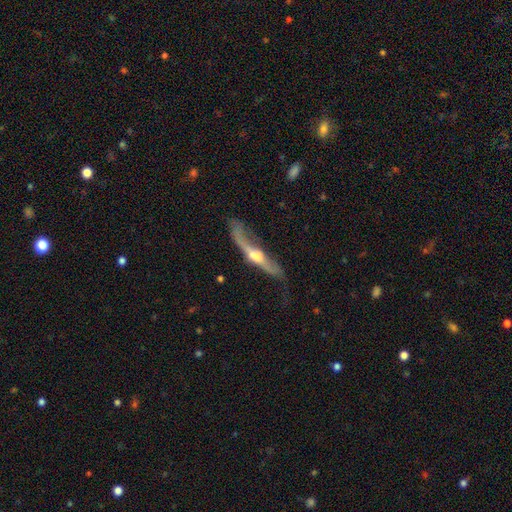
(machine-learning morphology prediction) smooth-or-featured: featured or disk: 72% | smooth: 22% | star or artifact: 6%
  disk-edge-on: yes: 76% | no: 24%
    edge-on-bulge: rounded: 82% | none: 9% | boxy: 9%
  merging: none: 36% | major disturbance: 31% | minor disturbance: 25% | merger: 8%